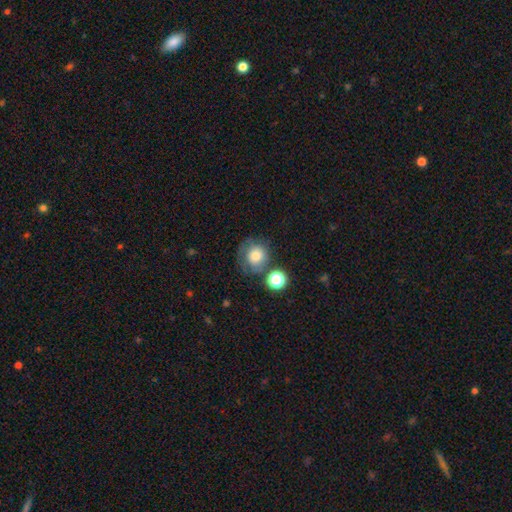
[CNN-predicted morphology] type=smooth (74%); roundness=round (83%); merging=none (56%).